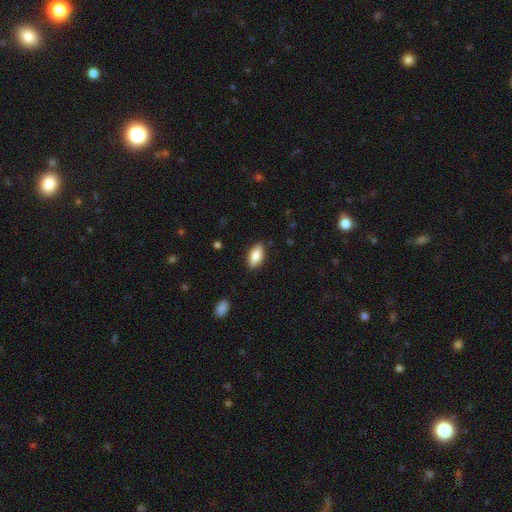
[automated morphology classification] Q: Smooth or featured?
A: smooth (80%); runner-up: featured or disk (14%)
Q: How rounded?
A: in between (87%); runner-up: cigar-shaped (10%)
Q: Merging?
A: none (86%); runner-up: minor disturbance (10%)